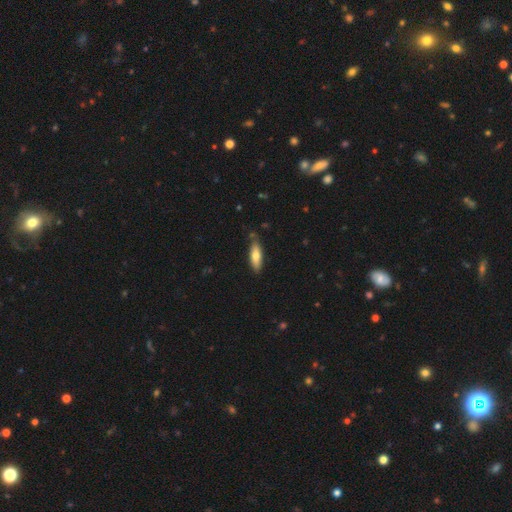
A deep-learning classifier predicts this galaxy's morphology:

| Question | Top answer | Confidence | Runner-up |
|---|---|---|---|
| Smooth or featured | smooth | 71% | featured or disk (23%) |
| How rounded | in between | 54% | cigar-shaped (44%) |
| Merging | none | 79% | minor disturbance (15%) |